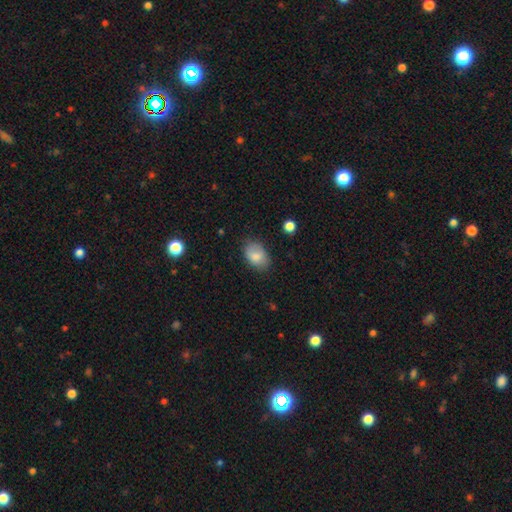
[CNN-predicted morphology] smooth 82%, featured or disk 10%, star or artifact 8%. Down the decision tree: how rounded — in between (86%); merging — none (75%).